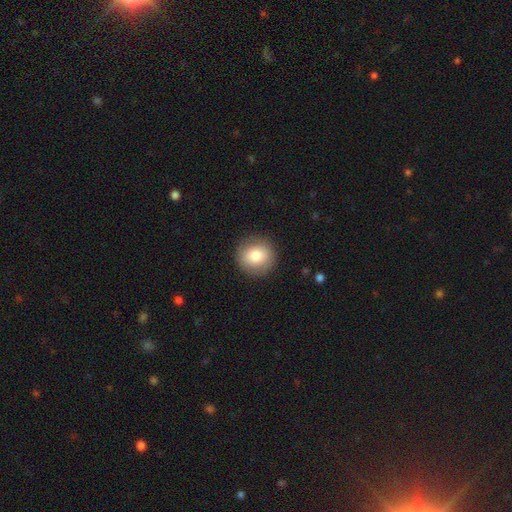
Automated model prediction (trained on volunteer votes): Smooth or featured? smooth (80%)
How rounded? round (92%)
Merging? none (90%)